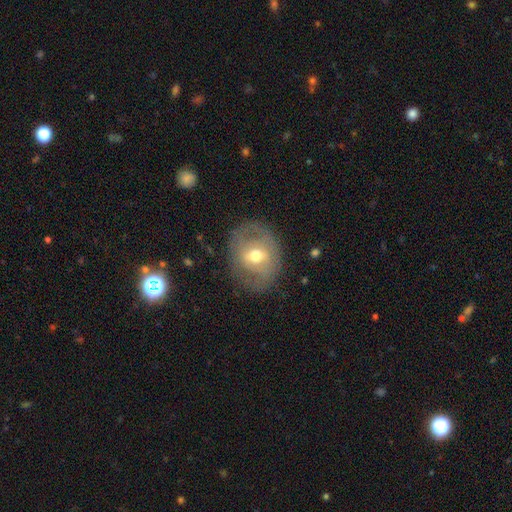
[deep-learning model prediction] Smooth or featured? Predicted: featured or disk (p=0.59). Edge-on disk? Predicted: no (p=0.95). Bar? Predicted: weak (p=0.43). Spiral arms? Predicted: yes (p=0.54). Bulge size? Predicted: moderate (p=0.69). Merging? Predicted: none (p=0.73).